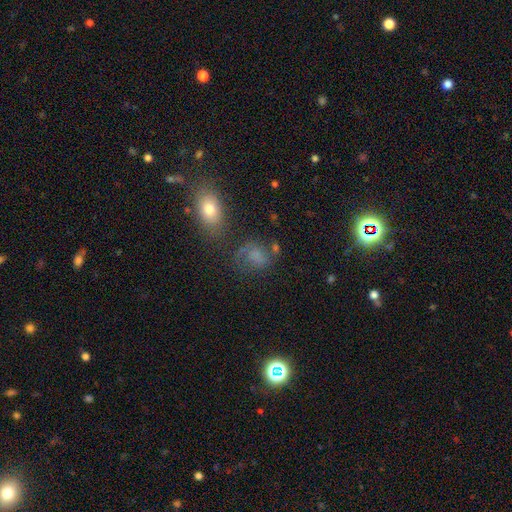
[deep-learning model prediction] This is possibly a smooth galaxy (53%). How rounded: possibly in between (52%). Merging: possibly none (52%).